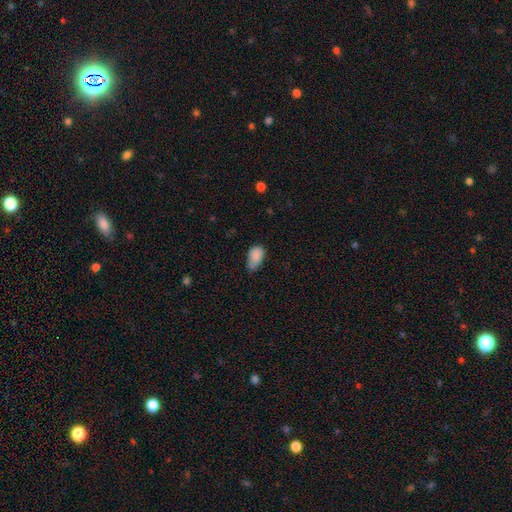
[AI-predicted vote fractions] smooth 84%, star or artifact 8%, featured or disk 8%. Down the decision tree: how rounded — in between (89%); merging — none (42%, tied with minor disturbance).